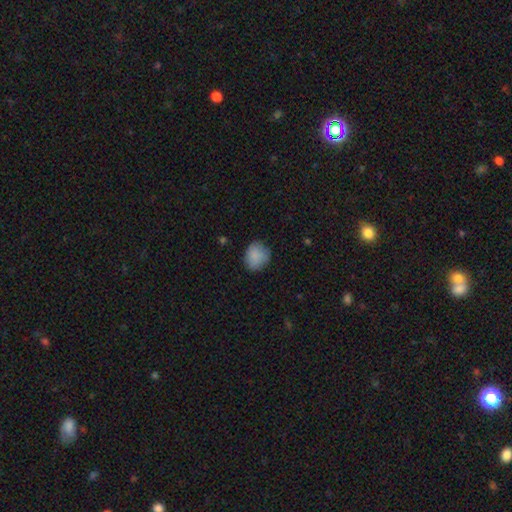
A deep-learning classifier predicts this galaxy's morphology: The model was most divided on "how rounded": round: 71%, in between: 28%, cigar-shaped: 1%. More confident: smooth or featured — smooth (86%); merging — none (77%).